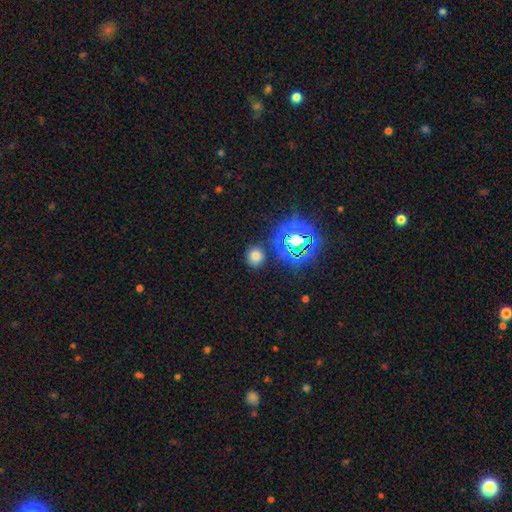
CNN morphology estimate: type=smooth (67%); roundness=round (84%); merging=none (86%).